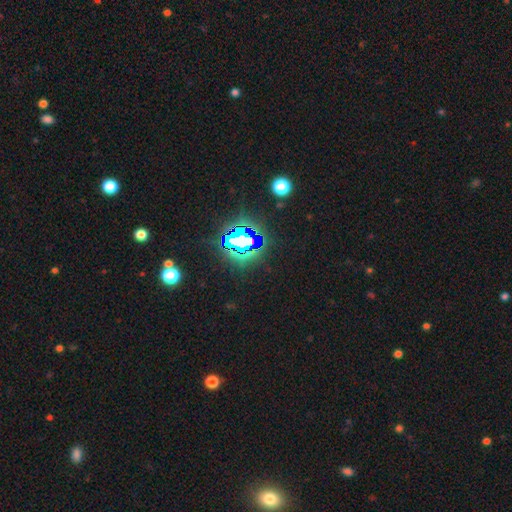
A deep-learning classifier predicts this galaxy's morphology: This is clearly a star or artifact rather than a galaxy (83%).